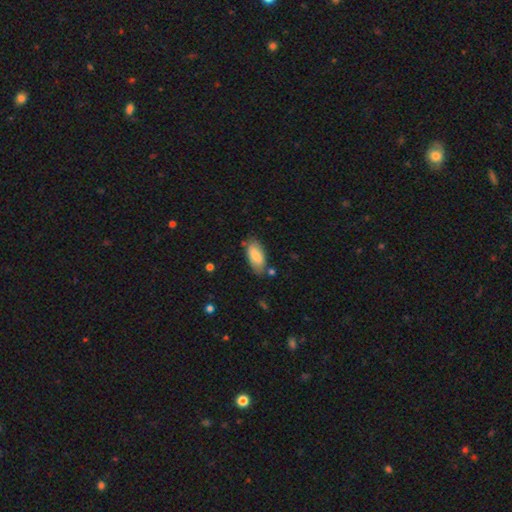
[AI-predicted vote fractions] A smooth galaxy with no disk features (80%) that is in between round and cigar-shaped (87%). Merging: none (73%).